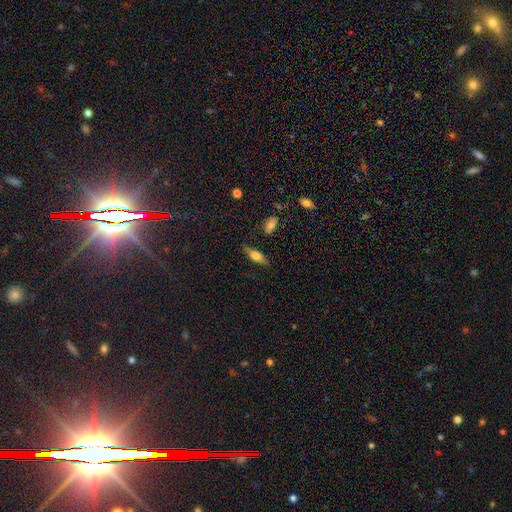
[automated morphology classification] smooth 59%, featured or disk 32%, star or artifact 9%. Down the decision tree: how rounded — in between (63%); merging — none (79%).